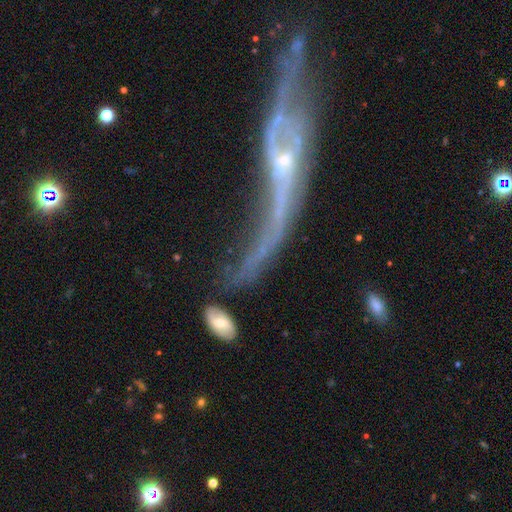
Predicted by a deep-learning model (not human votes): featured or disk 81%, smooth 10%, star or artifact 9%. Down the decision tree: edge-on disk — no (70%); bar — no (57%); spiral arms — yes (80%); bulge size — small (75%); merging — none (33%).